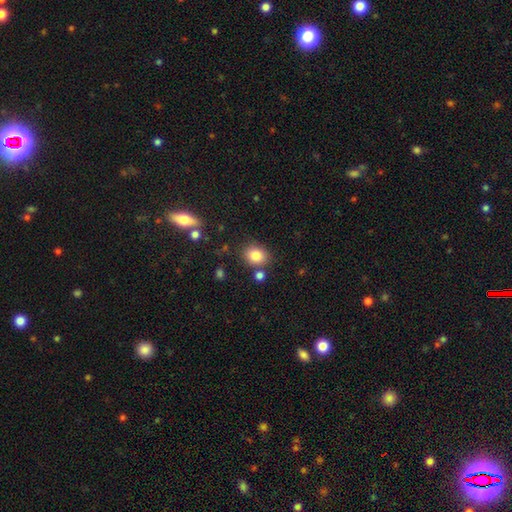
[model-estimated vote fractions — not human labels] smooth_or_featured: smooth (p=0.83) [alt: star or artifact p=0.10]
how_rounded: round (p=0.51) [alt: in between p=0.48]
merging: none (p=0.78) [alt: minor disturbance p=0.11]